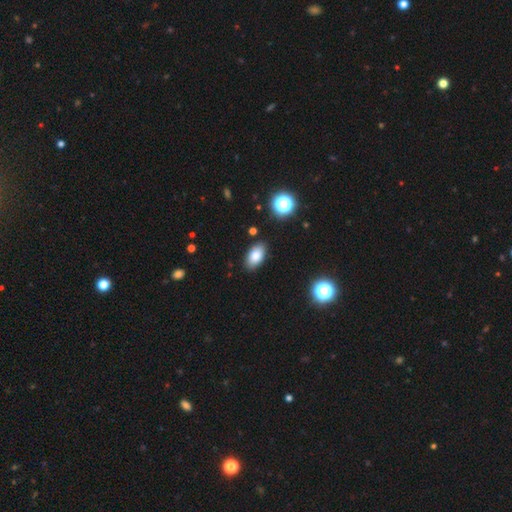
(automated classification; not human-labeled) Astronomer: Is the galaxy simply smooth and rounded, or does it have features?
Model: smooth — 82%.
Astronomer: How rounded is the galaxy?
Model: in between — 92%.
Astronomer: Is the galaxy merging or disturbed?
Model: none — 87%.